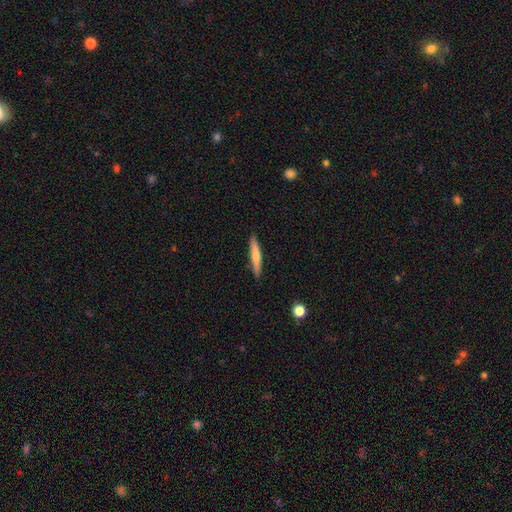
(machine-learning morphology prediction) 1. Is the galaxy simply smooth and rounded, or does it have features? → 67% smooth, 27% featured or disk, 6% star or artifact.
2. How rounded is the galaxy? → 92% cigar-shaped, 6% in between, 1% round.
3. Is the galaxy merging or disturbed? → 89% none, 8% minor disturbance, 2% major disturbance, 1% merger.